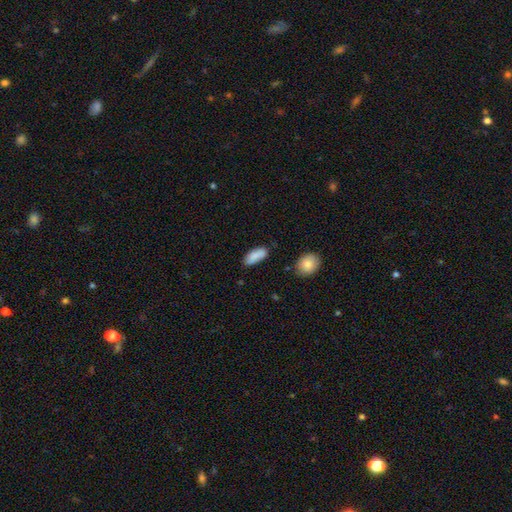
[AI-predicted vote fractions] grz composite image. It shows a smooth galaxy with no disk features (85%) that is in between round and cigar-shaped (80%). Merging: none (72%).